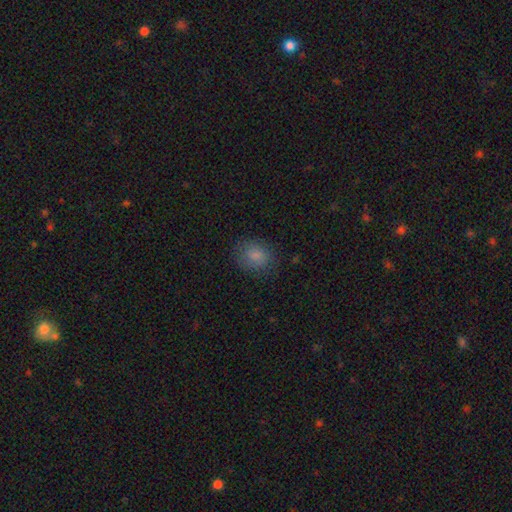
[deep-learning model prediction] Smooth or featured?
  - smooth: 83% *
  - star or artifact: 10%
  - featured or disk: 7%
How rounded?
  - round: 60% *
  - in between: 39%
  - cigar-shaped: 1%
Merging?
  - none: 80% *
  - minor disturbance: 14%
  - major disturbance: 5%
  - merger: 1%